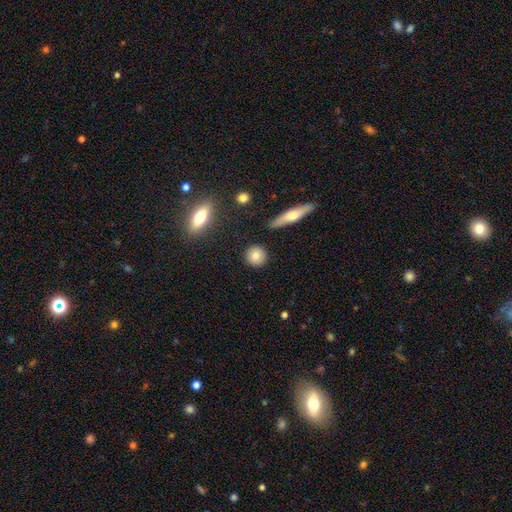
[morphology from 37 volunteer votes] Smooth or featured: smooth — 81% (featured or disk — 11%)
How rounded: round — 97% (in between — 3%)
Merging: none — 97% (major disturbance — 3%)